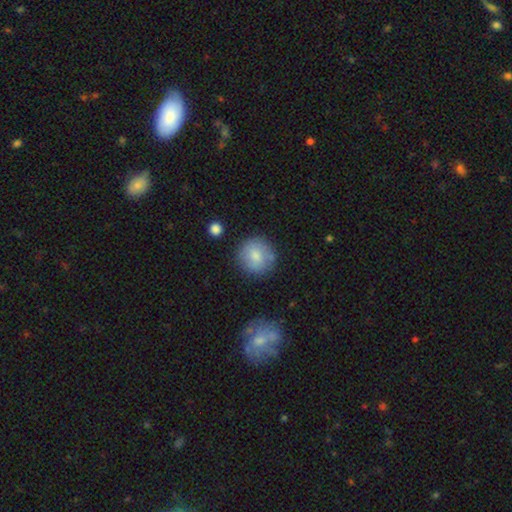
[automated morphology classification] smooth_or_featured: smooth (p=0.78) [alt: featured or disk p=0.15]
how_rounded: round (p=0.90) [alt: in between p=0.09]
merging: none (p=0.77) [alt: minor disturbance p=0.14]